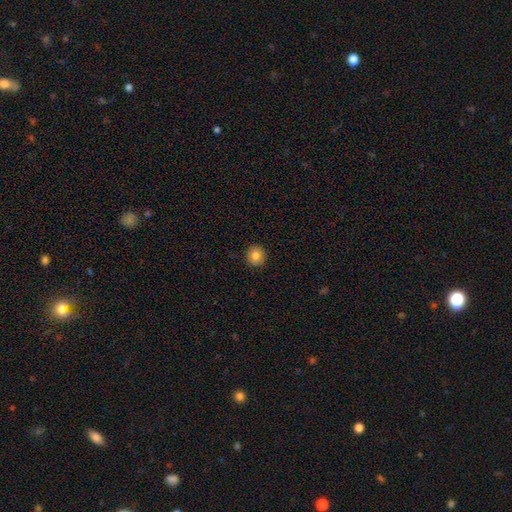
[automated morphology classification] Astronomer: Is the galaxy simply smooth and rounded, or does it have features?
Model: smooth — 84%.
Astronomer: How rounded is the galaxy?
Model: round — 89%.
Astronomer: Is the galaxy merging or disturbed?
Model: none — 91%.